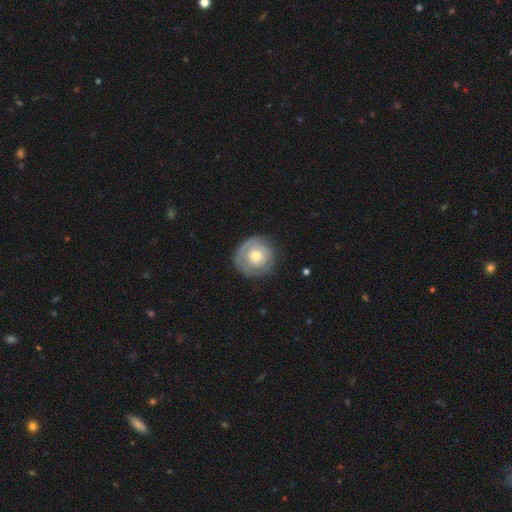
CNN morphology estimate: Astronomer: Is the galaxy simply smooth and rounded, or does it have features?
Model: smooth — 49% (runner-up: featured or disk, 45%).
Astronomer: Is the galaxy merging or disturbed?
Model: none — 75%.